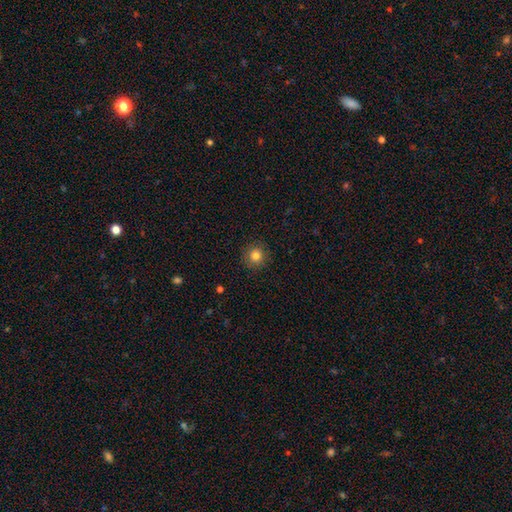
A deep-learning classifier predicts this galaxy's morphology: This is clearly a smooth galaxy (82%). How rounded: clearly round (94%). Merging: clearly none (90%).